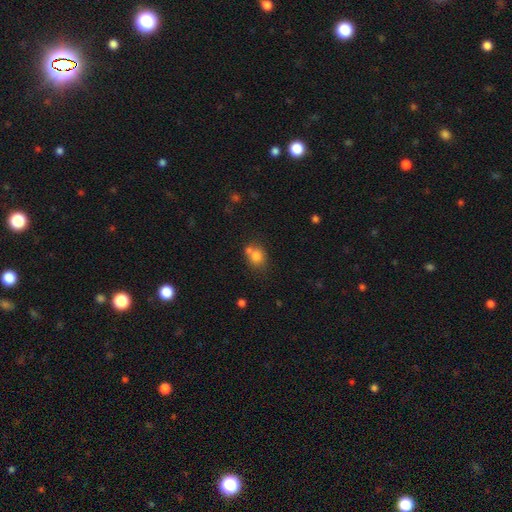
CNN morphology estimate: Smooth or featured: smooth — 79% (star or artifact — 11%)
How rounded: round — 65% (in between — 34%)
Merging: none — 50% (merger — 33%)